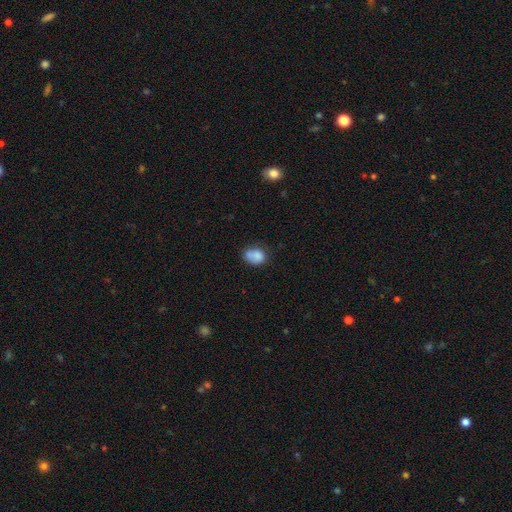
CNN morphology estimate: Smooth or featured?
  - smooth: 80% *
  - featured or disk: 11%
  - star or artifact: 9%
How rounded?
  - in between: 64% *
  - round: 35%
  - cigar-shaped: 1%
Merging?
  - none: 47% *
  - minor disturbance: 28%
  - merger: 15%
  - major disturbance: 11%